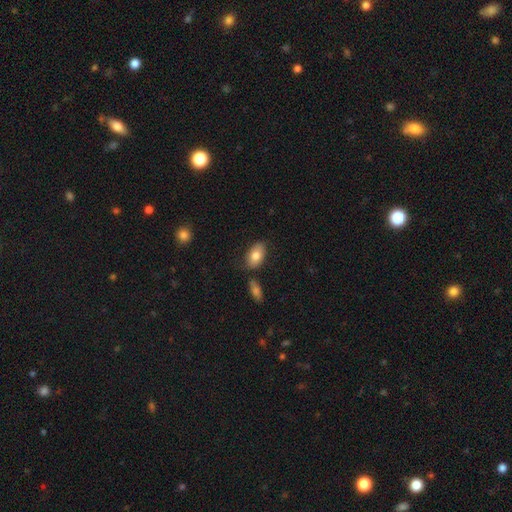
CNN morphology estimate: A smooth galaxy with no disk features (80%) that is in between round and cigar-shaped (92%). Merging: none (76%).